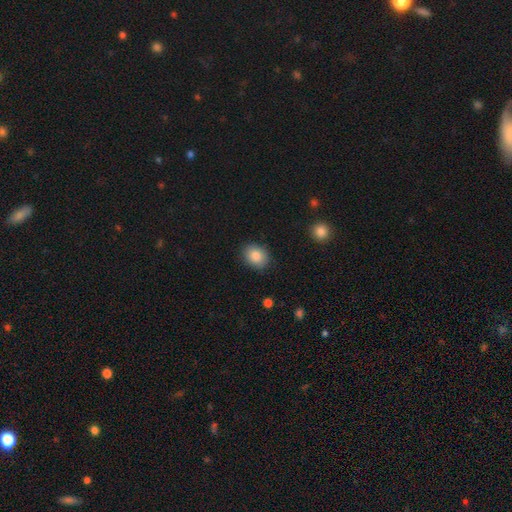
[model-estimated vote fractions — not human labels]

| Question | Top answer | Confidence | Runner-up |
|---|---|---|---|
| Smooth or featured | smooth | 85% | star or artifact (8%) |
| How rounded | in between | 55% | round (44%) |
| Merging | none | 86% | minor disturbance (10%) |